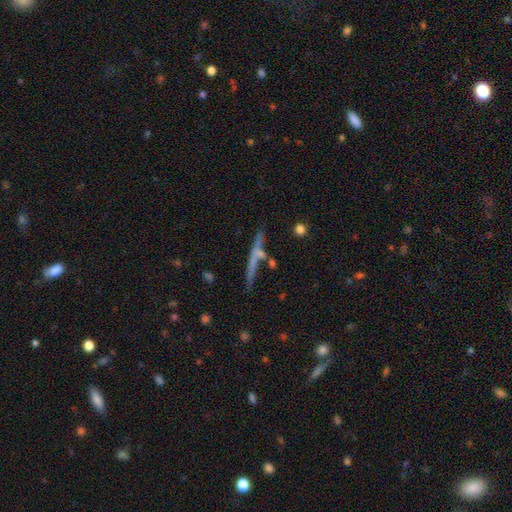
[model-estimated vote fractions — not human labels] Smooth or featured: featured or disk — 50% (smooth — 41%)
Merging: none — 72% (minor disturbance — 13%)